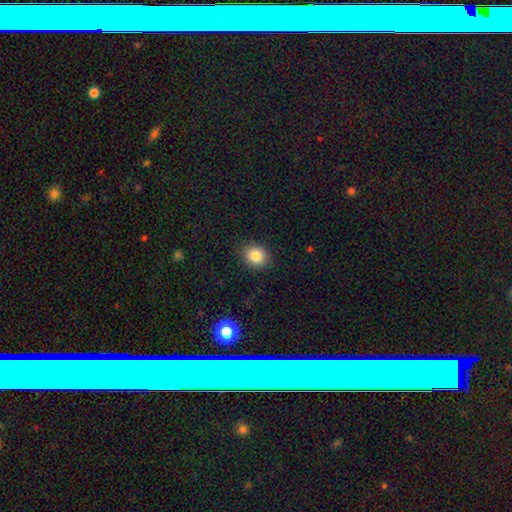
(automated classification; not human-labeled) Overall: smooth (85%). How rounded: round (65%; in between 34%). Merging: none (89%).